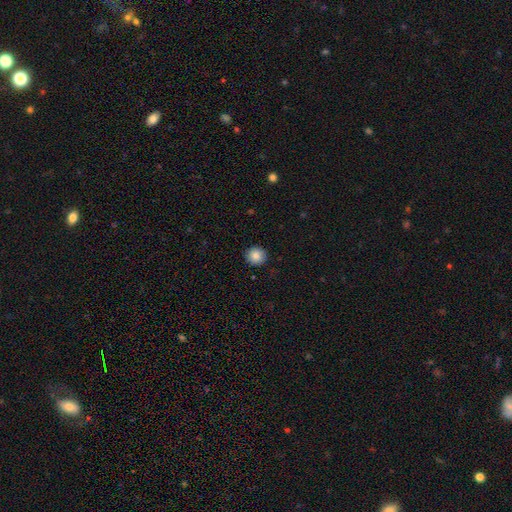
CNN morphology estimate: The model was most divided on "smooth or featured": smooth: 86%, star or artifact: 9%, featured or disk: 5%. More confident: how rounded — round (92%); merging — none (92%).